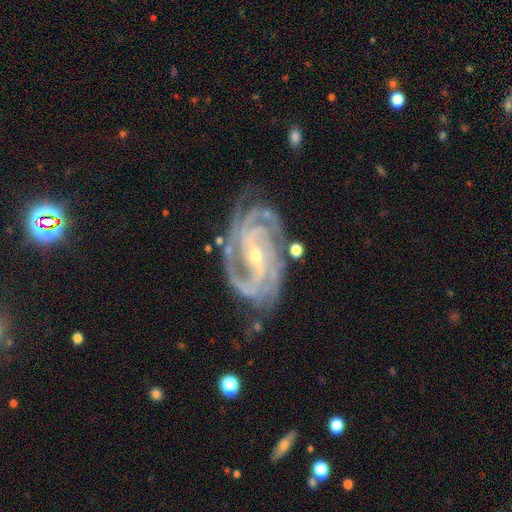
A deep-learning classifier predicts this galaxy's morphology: This is clearly a featured or disk galaxy (93%). It is clearly not viewed edge-on (97%). Bar: marginally strong (44%). Spiral arm pattern: clearly yes (99%). Spiral arm count: marginally 4 (32%). Spiral winding: likely tight (67%). Central bulge: likely small (66%). Merging: likely none (71%).